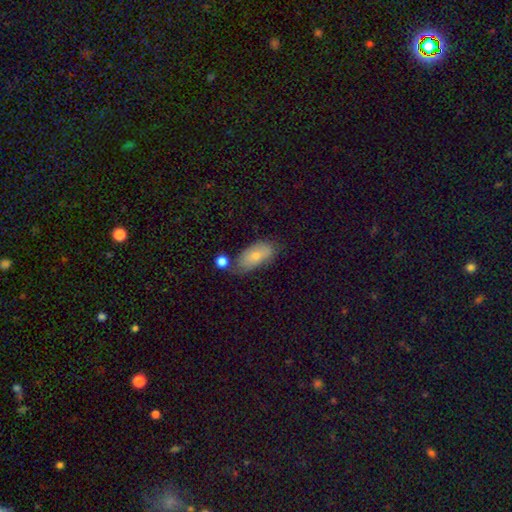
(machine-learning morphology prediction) A smooth galaxy with no disk features (74%) that is in between round and cigar-shaped (90%).

Vote fractions:
- Smooth or featured? smooth: 74% / featured or disk: 19% / star or artifact: 7%
- How rounded? in between: 90% / cigar-shaped: 7% / round: 3%
- Merging? none: 52% / minor disturbance: 27% / merger: 13% / major disturbance: 8%